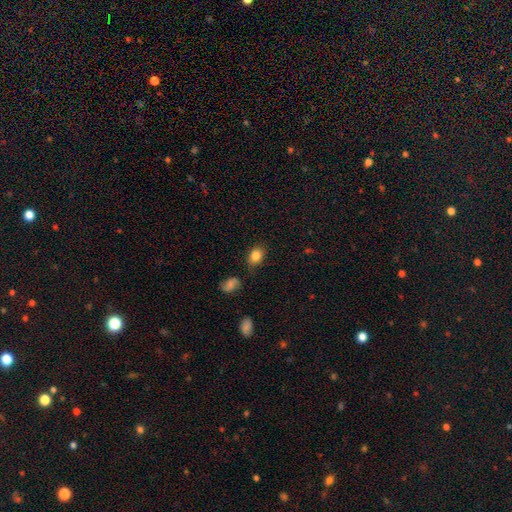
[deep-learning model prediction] A smooth galaxy with no disk features (83%) that is in between round and cigar-shaped (70%). Merging: none (76%).